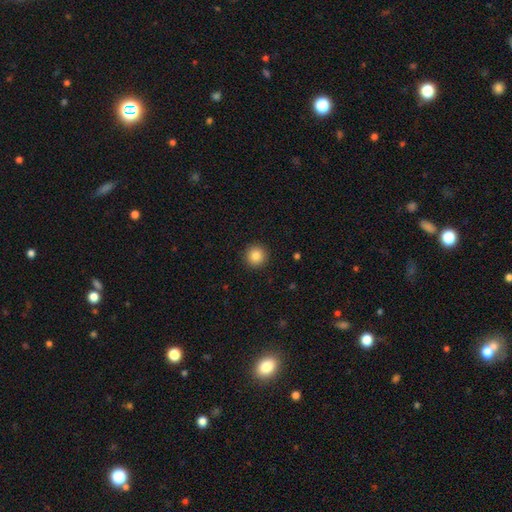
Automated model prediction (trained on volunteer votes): Smooth or featured?
  - smooth: 85% *
  - star or artifact: 10%
  - featured or disk: 5%
How rounded?
  - round: 95% *
  - in between: 4%
  - cigar-shaped: 1%
Merging?
  - none: 92% *
  - minor disturbance: 5%
  - major disturbance: 2%
  - merger: 1%